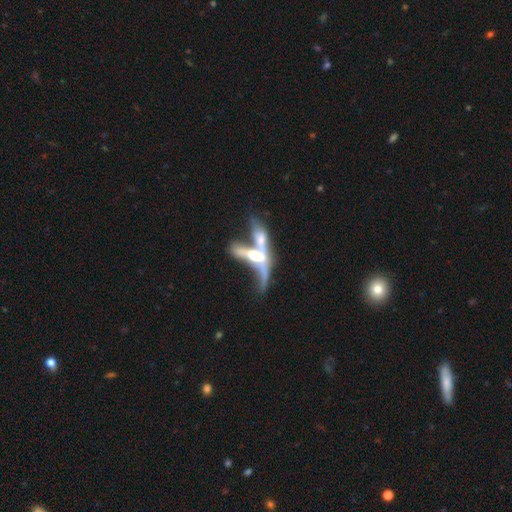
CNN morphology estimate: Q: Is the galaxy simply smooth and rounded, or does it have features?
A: featured or disk — 63%.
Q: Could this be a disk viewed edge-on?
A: yes — 56%.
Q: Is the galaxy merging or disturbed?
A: merger — 68%.